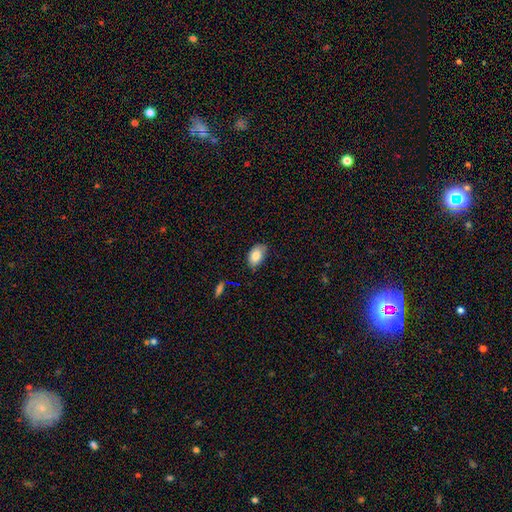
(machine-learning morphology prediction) Smooth or featured?
  - smooth: 84% *
  - featured or disk: 8%
  - star or artifact: 8%
How rounded?
  - in between: 90% *
  - round: 9%
  - cigar-shaped: 1%
Merging?
  - none: 72% *
  - minor disturbance: 23%
  - major disturbance: 3%
  - merger: 2%